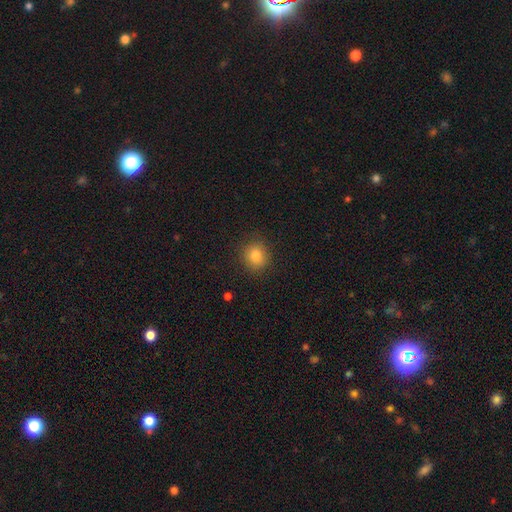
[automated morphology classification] Overall: smooth (81%). How rounded: round (83%). Merging: none (88%).